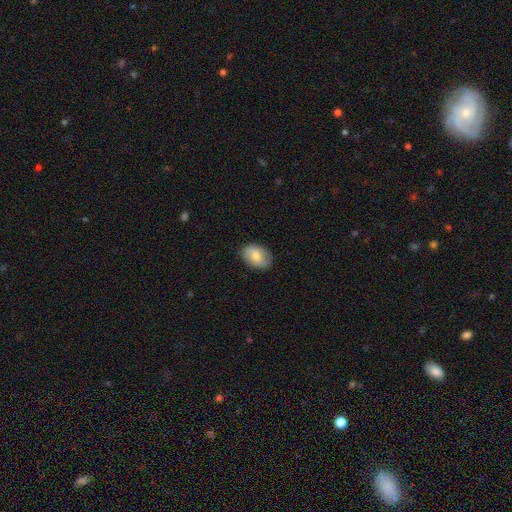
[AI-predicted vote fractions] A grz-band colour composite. It shows a smooth galaxy with no disk features (75%) that is in between round and cigar-shaped (83%). Merging: none (84%).